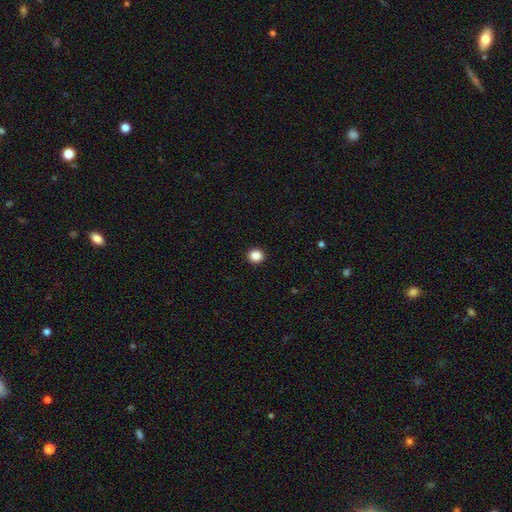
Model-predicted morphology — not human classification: type=smooth (86%); roundness=round (92%); merging=none (93%).